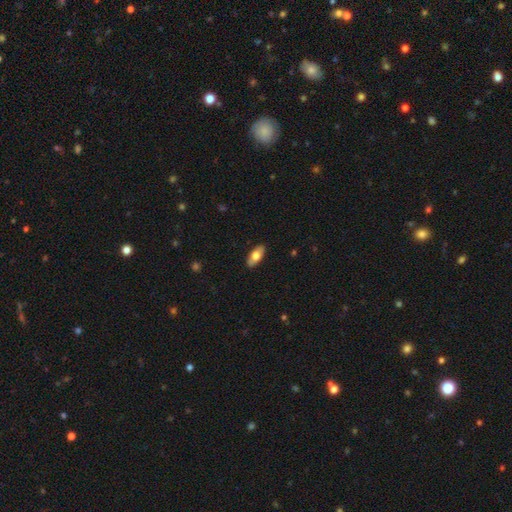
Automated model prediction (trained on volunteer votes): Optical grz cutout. It shows a smooth galaxy with no disk features (69%) that is in between round and cigar-shaped (85%). Merging: none (88%).